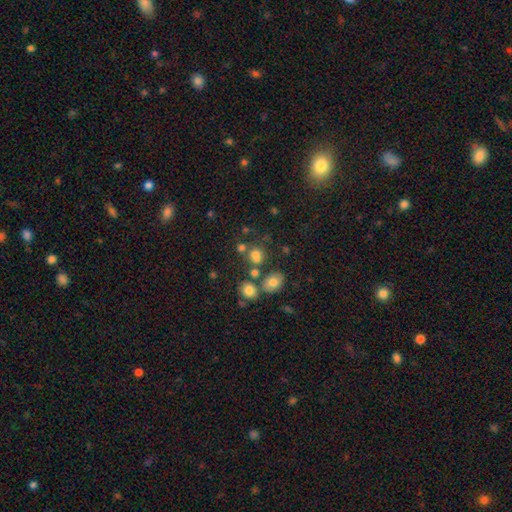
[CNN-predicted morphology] Q: Smooth or featured?
A: smooth (74%); runner-up: star or artifact (17%)
Q: How rounded?
A: round (63%); runner-up: in between (35%)
Q: Merging?
A: none (55%); runner-up: merger (23%)